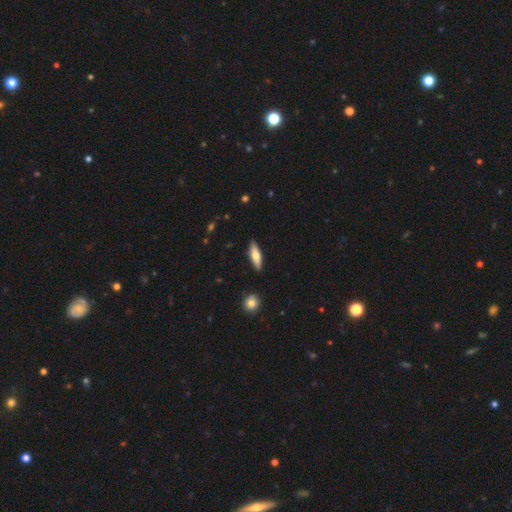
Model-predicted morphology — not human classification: Smooth or featured? Predicted: smooth (p=0.66). How rounded? Predicted: cigar-shaped (p=0.56). Merging? Predicted: none (p=0.89).